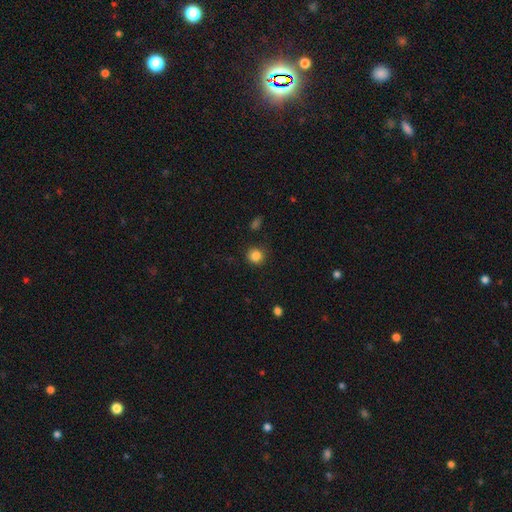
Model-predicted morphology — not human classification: Smooth or featured: smooth — 85% (star or artifact — 11%)
How rounded: round — 89% (in between — 10%)
Merging: none — 86% (minor disturbance — 9%)